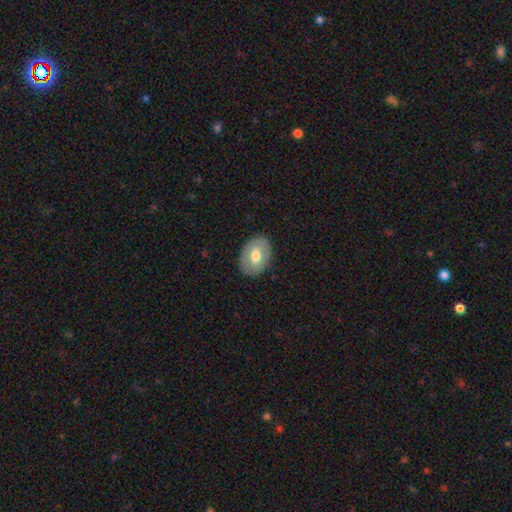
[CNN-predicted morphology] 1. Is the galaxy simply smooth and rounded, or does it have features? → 59% smooth, 35% featured or disk, 6% star or artifact.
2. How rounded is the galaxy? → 76% in between, 23% round, 1% cigar-shaped.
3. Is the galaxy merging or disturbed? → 85% none, 11% minor disturbance, 3% major disturbance, 1% merger.